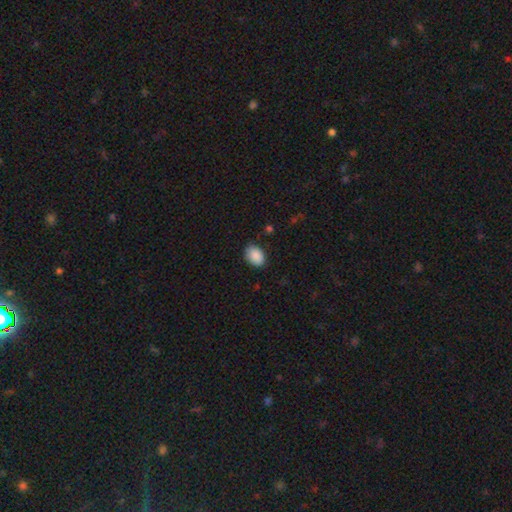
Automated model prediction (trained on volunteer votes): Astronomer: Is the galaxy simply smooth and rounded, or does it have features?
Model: smooth — 89%.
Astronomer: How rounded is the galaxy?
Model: in between — 79%.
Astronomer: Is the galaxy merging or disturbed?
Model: none — 83%.